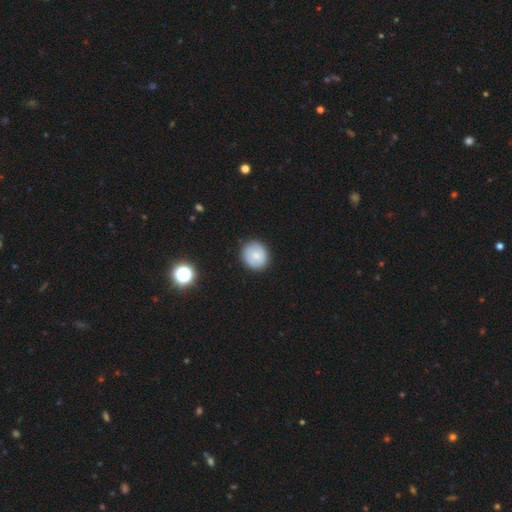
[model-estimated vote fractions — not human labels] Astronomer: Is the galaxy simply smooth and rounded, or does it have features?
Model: smooth — 72%.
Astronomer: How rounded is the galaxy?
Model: round — 84%.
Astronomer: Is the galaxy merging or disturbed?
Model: none — 87%.